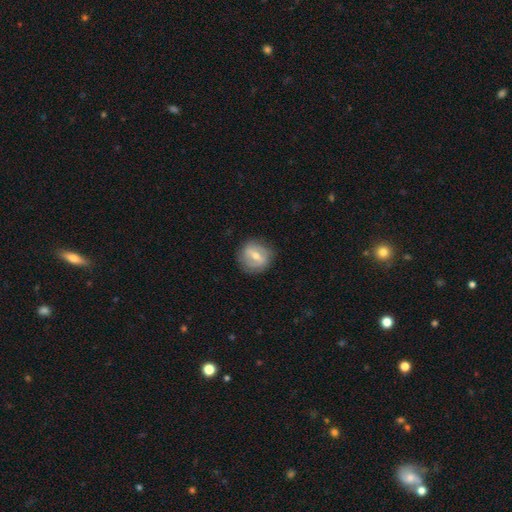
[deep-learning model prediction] smooth_or_featured: featured or disk (p=0.55) [alt: smooth p=0.38]
disk_edge_on: no (p=0.93) [alt: yes p=0.07]
bar: weak (p=0.44) [alt: strong p=0.41]
has_spiral_arms: no (p=0.54) [alt: yes p=0.46]
bulge_size: moderate (p=0.65) [alt: small p=0.29]
merging: none (p=0.82) [alt: minor disturbance p=0.13]